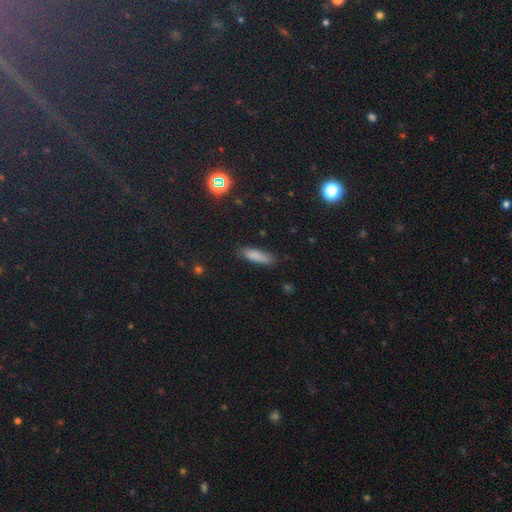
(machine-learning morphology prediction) This appears to be a smooth galaxy with no disk features (82%) that is cigar-shaped (59%). Merging: none (82%).